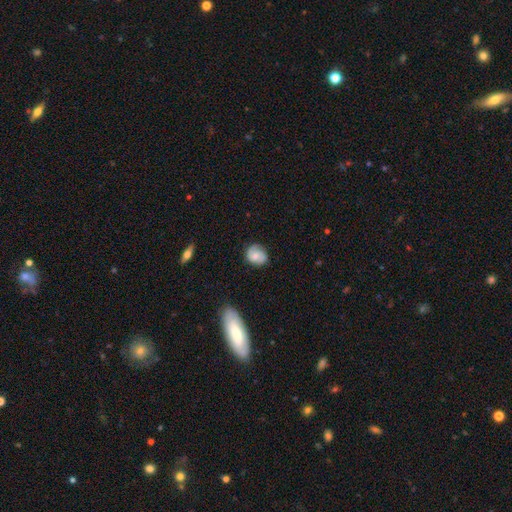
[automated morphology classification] A smooth galaxy with no disk features (49%). Merging: none (70%).